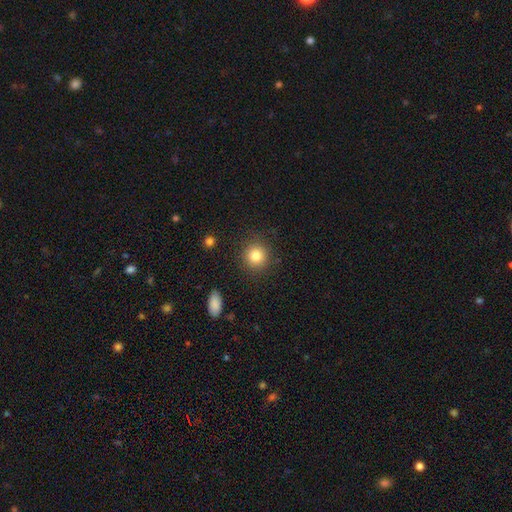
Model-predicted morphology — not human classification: smooth 83%, star or artifact 10%, featured or disk 7%. Down the decision tree: how rounded — round (90%); merging — none (87%).